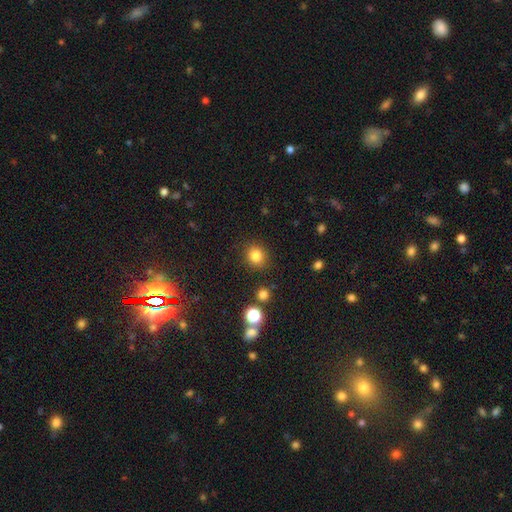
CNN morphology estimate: A smooth galaxy with no disk features (83%) that is round (82%).

Vote fractions:
- Smooth or featured? smooth: 83% / star or artifact: 12% / featured or disk: 5%
- How rounded? round: 82% / in between: 17% / cigar-shaped: 1%
- Merging? none: 87% / minor disturbance: 8% / major disturbance: 3% / merger: 2%